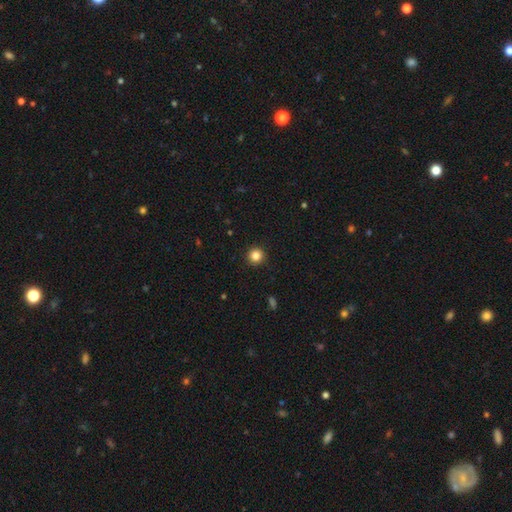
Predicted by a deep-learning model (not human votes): Morphology: type=smooth (83%); roundness=round (95%); merging=none (93%).